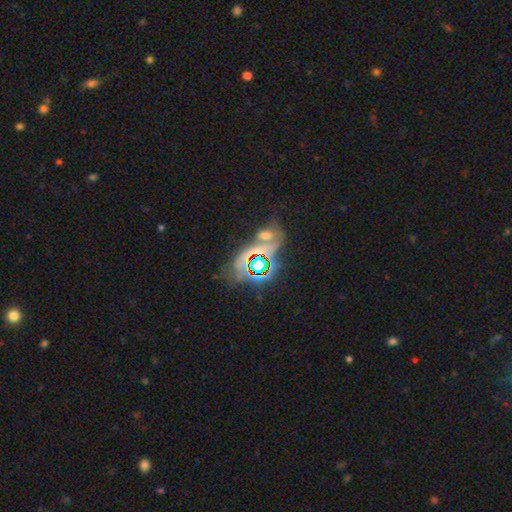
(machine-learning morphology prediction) type=star or artifact (67%).